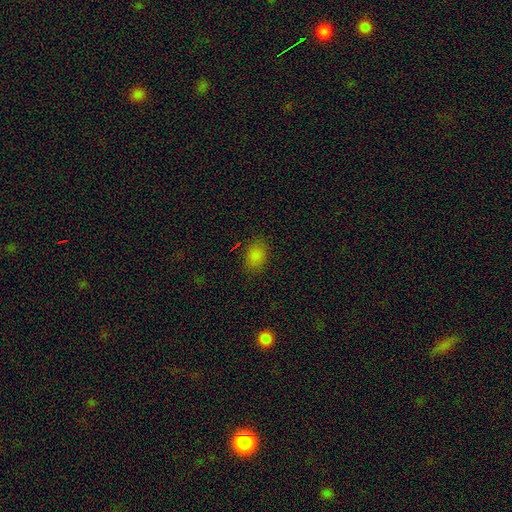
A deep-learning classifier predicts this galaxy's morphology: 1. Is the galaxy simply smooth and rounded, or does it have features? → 82% smooth, 13% star or artifact, 5% featured or disk.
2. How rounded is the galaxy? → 75% in between, 24% round, 1% cigar-shaped.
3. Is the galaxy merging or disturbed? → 82% none, 13% minor disturbance, 4% major disturbance, 1% merger.